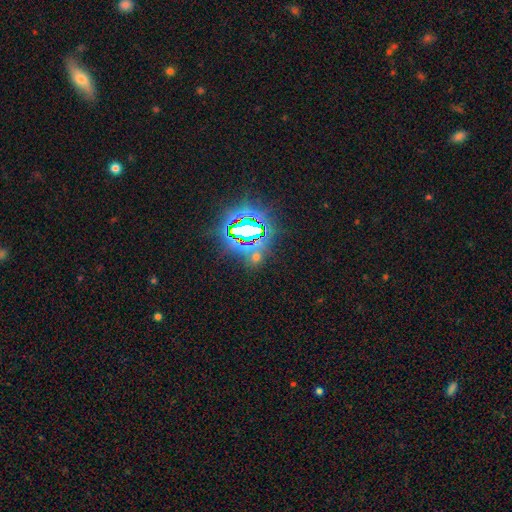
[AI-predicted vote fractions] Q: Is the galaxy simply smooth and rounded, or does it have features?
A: star or artifact — 73%.